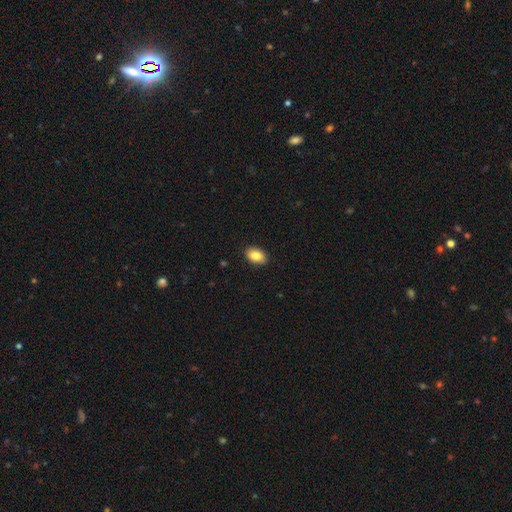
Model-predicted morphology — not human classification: Smooth or featured? smooth (85%)
How rounded? in between (87%)
Merging? none (89%)